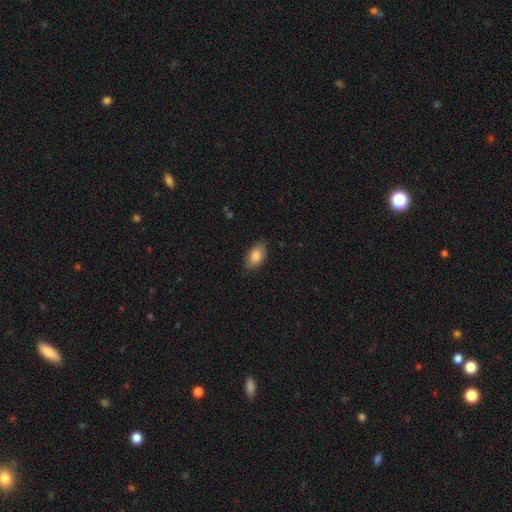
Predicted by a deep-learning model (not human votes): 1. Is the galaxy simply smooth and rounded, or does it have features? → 85% smooth, 8% featured or disk, 7% star or artifact.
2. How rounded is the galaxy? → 92% in between, 6% round, 3% cigar-shaped.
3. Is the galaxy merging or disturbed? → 81% none, 15% minor disturbance, 3% major disturbance, 1% merger.